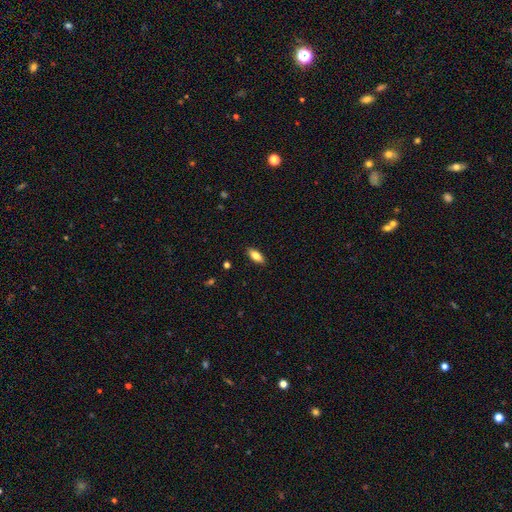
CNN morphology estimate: A smooth galaxy with no disk features (80%) that is in between round and cigar-shaped (82%). Merging: none (88%).